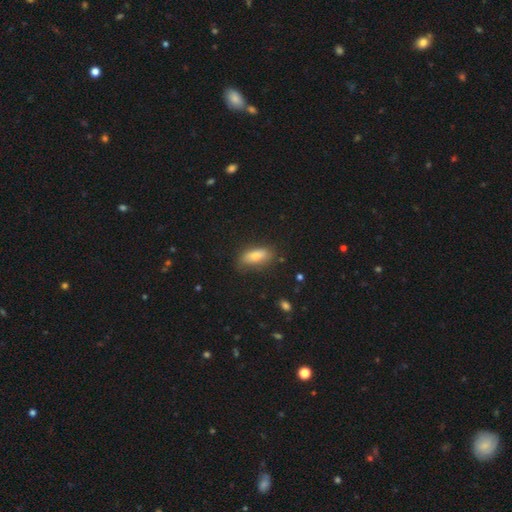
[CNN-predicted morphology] smooth 81%, featured or disk 12%, star or artifact 7%. Down the decision tree: how rounded — in between (77%); merging — none (72%).